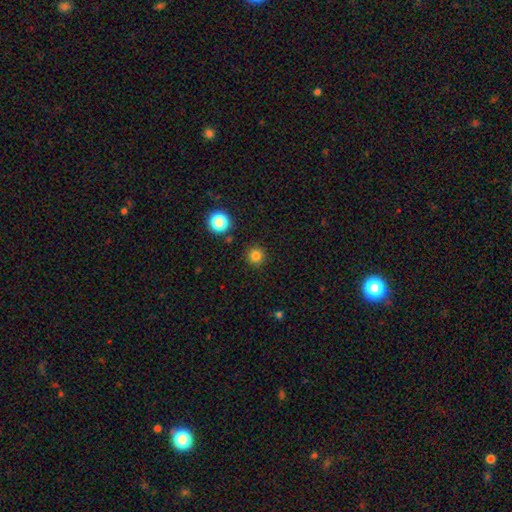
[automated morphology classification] smooth 81%, star or artifact 14%, featured or disk 5%. Down the decision tree: how rounded — round (95%); merging — none (91%).